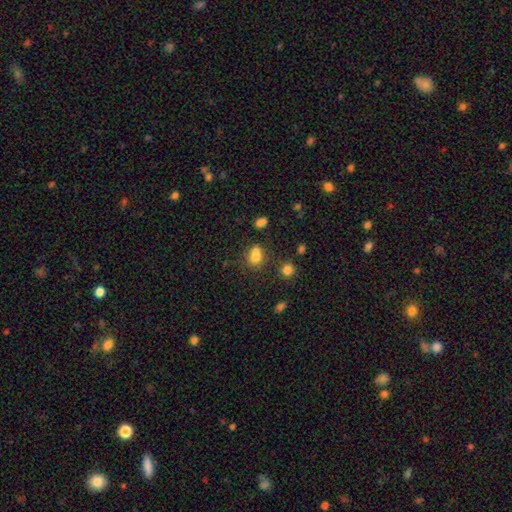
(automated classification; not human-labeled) smooth 73%, star or artifact 16%, featured or disk 11%. Down the decision tree: how rounded — round (50%); merging — merger (42%).